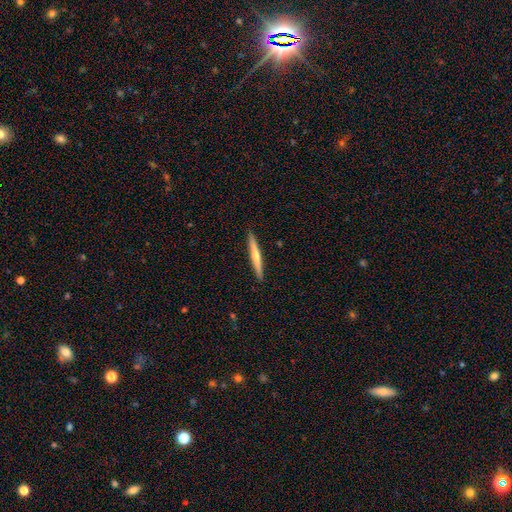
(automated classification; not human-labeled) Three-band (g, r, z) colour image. It shows a featured or disk galaxy (56%) viewed edge-on (97%) with a rounded central bulge (71%). Merging: none (92%).